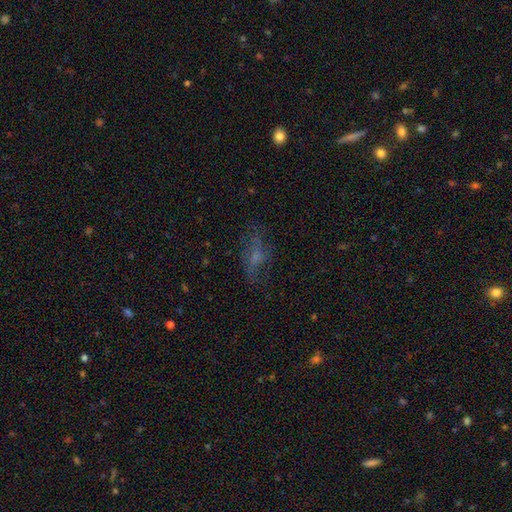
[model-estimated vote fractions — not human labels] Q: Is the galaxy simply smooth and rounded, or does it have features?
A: smooth — 40%.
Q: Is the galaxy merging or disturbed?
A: none — 55%.